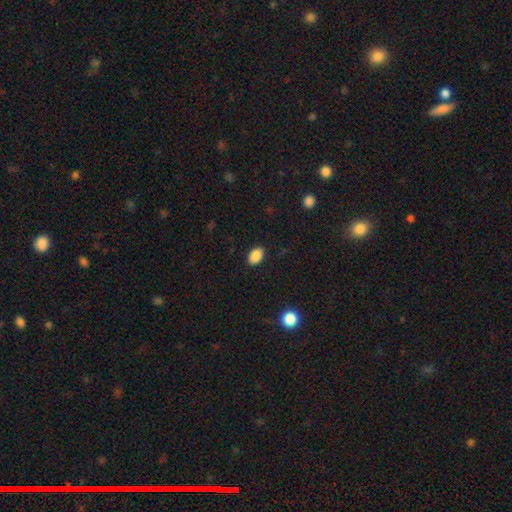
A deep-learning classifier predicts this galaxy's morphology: A smooth galaxy with no disk features (88%) that is in between round and cigar-shaped (89%). Merging: none (89%).